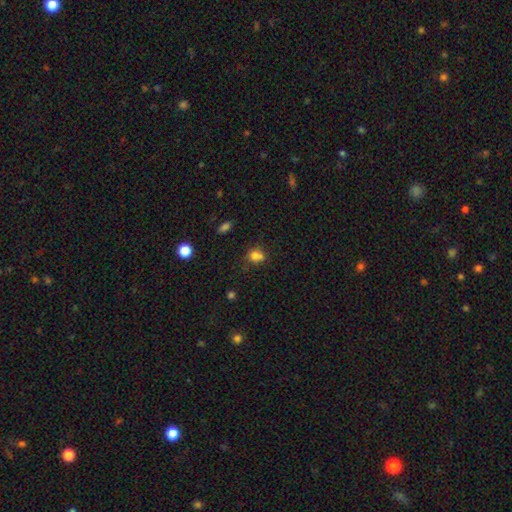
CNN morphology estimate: The model was most divided on "merging": none: 47%, merger: 30%, minor disturbance: 17%, major disturbance: 6%. More confident: smooth or featured — smooth (76%); how rounded — round (68%).